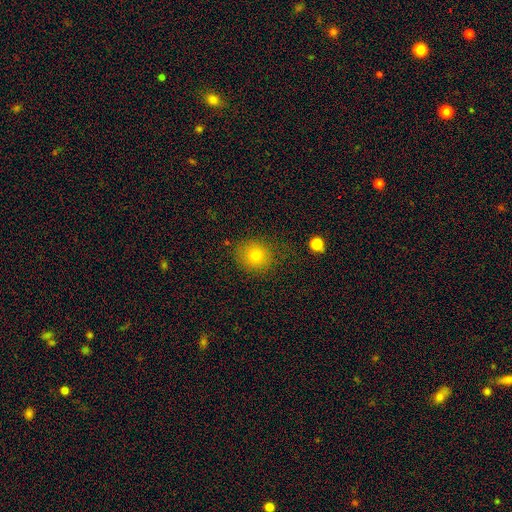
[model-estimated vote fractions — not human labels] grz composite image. It shows a smooth galaxy with no disk features (79%) that is round (83%). Merging: none (79%).